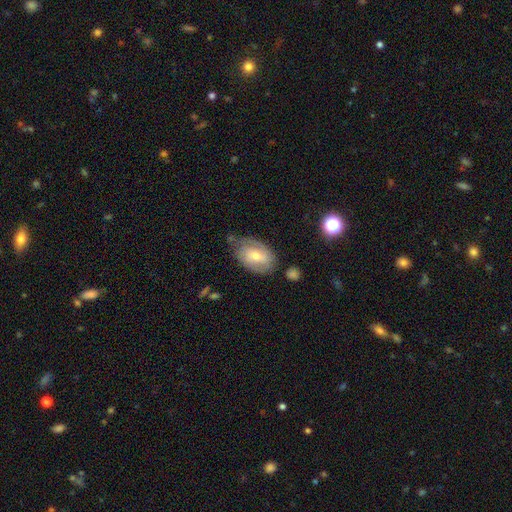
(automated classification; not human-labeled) Morphology: type=featured or disk (50%); edge-on=no (93%); merging=none (63%).